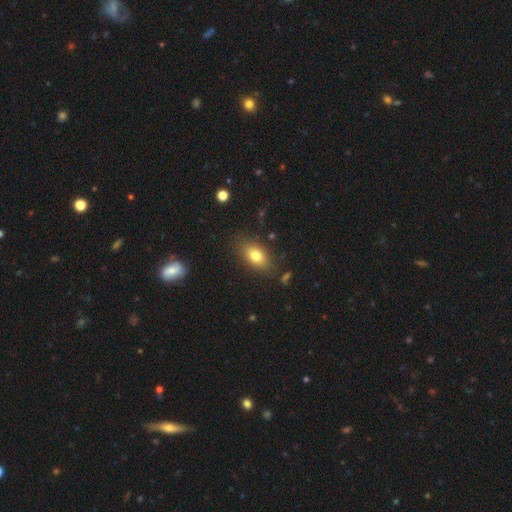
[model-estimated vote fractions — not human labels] smooth 78%, featured or disk 13%, star or artifact 9%. Down the decision tree: how rounded — in between (86%); merging — none (81%).